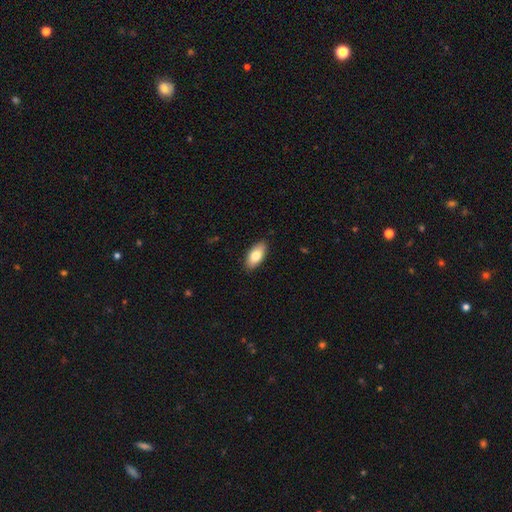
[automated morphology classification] smooth 80%, featured or disk 14%, star or artifact 6%. Down the decision tree: how rounded — in between (90%); merging — none (88%).